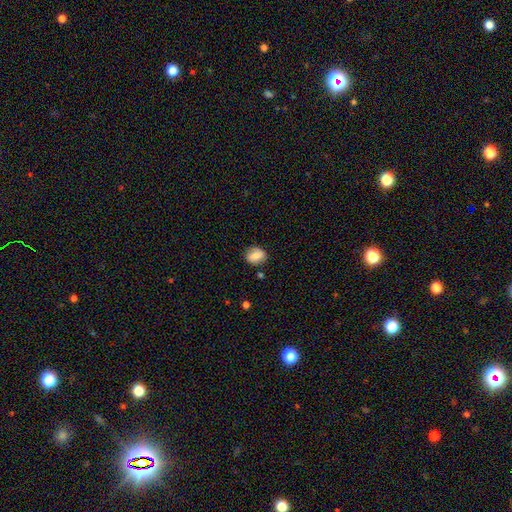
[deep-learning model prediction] This is likely a smooth galaxy (72%). How rounded: possibly in between (52%). Merging: likely none (78%).